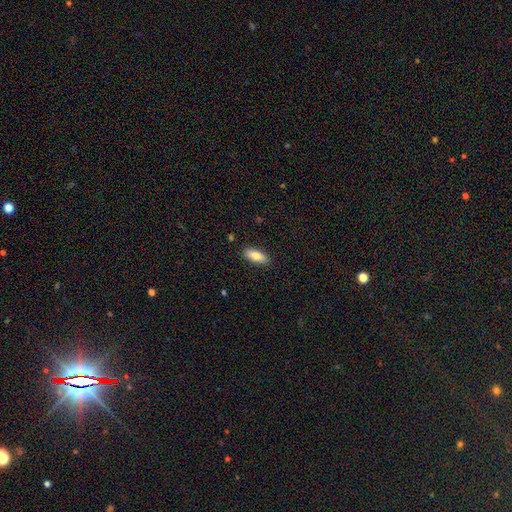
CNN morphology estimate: smooth-or-featured: smooth: 81% | featured or disk: 12% | star or artifact: 6%
  how-rounded: in between: 78% | cigar-shaped: 20% | round: 2%
  merging: none: 88% | minor disturbance: 9% | major disturbance: 2% | merger: 1%